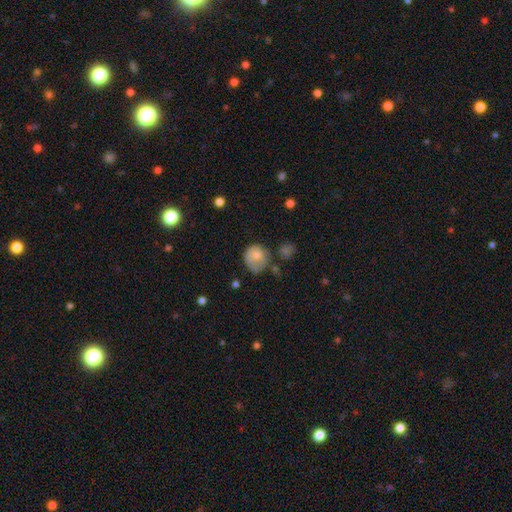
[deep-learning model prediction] This appears to be a smooth galaxy with no disk features (75%) that is round (68%). Merging: none (42%).